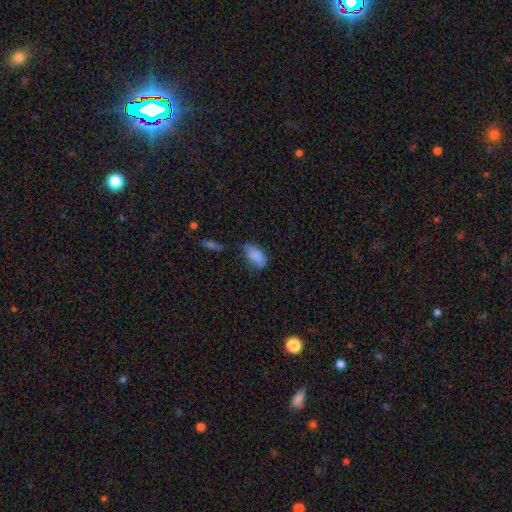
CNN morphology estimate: This is clearly a smooth galaxy (81%). How rounded: clearly in between (92%). Merging: marginally none (42%).